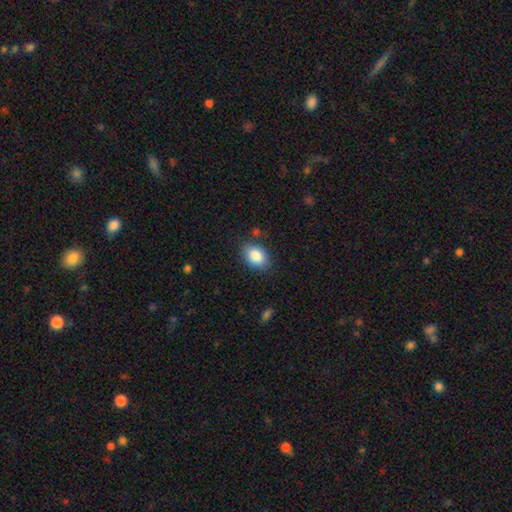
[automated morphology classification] A smooth galaxy with no disk features (87%) that is in between round and cigar-shaped (83%).

Vote fractions:
- Smooth or featured? smooth: 87% / star or artifact: 7% / featured or disk: 6%
- How rounded? in between: 83% / round: 16% / cigar-shaped: 1%
- Merging? none: 82% / minor disturbance: 13% / major disturbance: 3% / merger: 2%